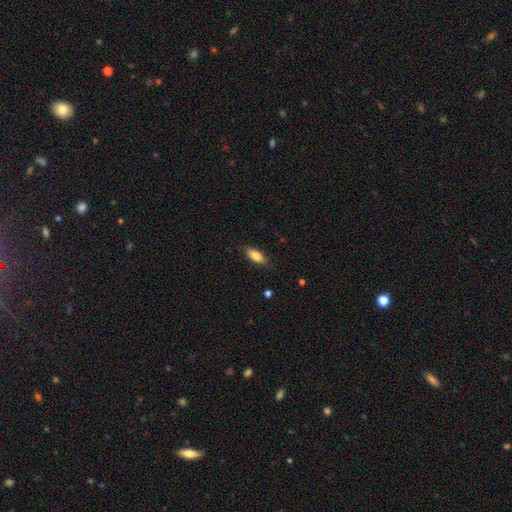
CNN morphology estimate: This appears to be a smooth galaxy with no disk features (83%) that is in between round and cigar-shaped (76%). Merging: none (83%).